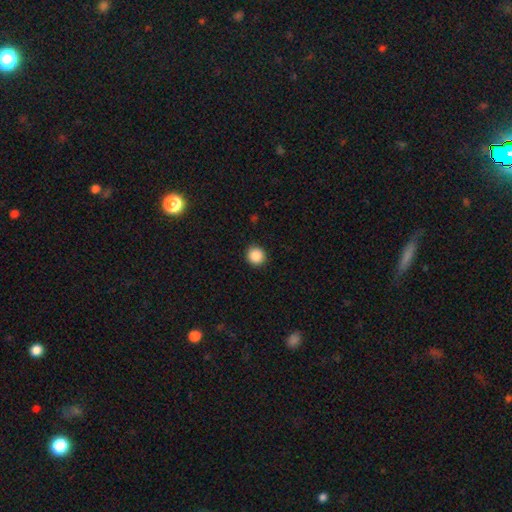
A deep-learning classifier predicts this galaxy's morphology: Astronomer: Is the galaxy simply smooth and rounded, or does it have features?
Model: smooth — 87%.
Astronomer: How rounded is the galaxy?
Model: round — 92%.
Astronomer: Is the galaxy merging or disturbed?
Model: none — 92%.